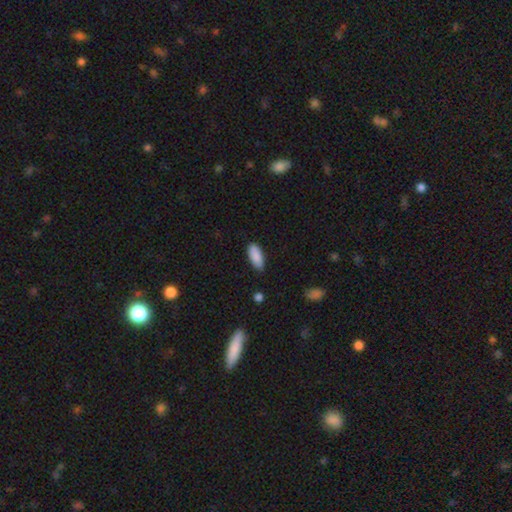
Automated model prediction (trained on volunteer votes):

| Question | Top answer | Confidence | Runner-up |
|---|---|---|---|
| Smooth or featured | smooth | 89% | star or artifact (6%) |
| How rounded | in between | 84% | cigar-shaped (15%) |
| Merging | none | 81% | minor disturbance (15%) |